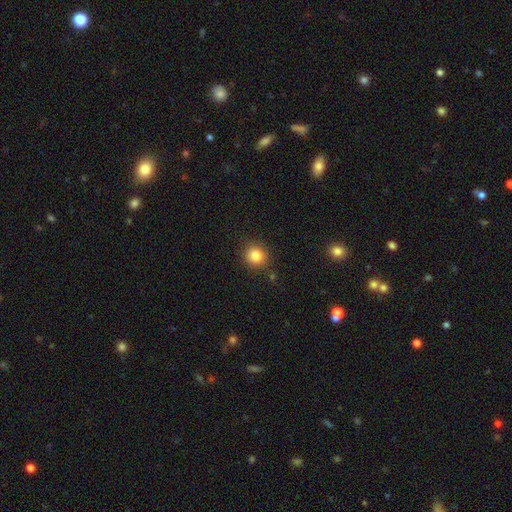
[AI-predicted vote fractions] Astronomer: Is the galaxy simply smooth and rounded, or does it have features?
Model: smooth — 84%.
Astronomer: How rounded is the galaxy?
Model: round — 89%.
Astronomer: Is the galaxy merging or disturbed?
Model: none — 88%.